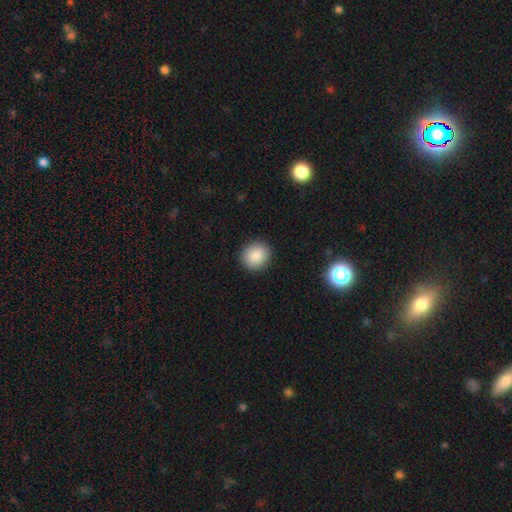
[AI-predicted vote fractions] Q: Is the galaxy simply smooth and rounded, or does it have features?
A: smooth — 88%.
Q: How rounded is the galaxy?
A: round — 79%.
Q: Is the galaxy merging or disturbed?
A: none — 91%.